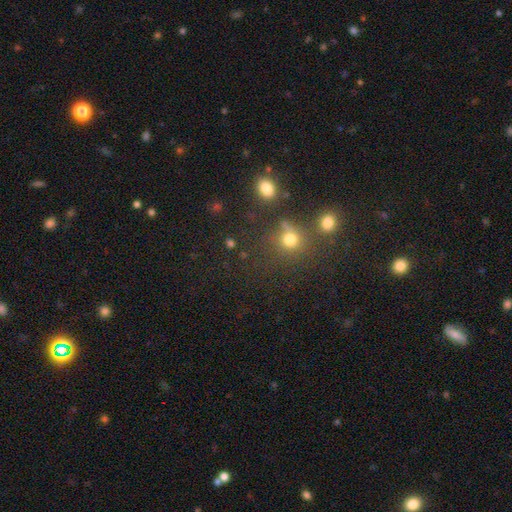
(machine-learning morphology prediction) A smooth galaxy with no disk features (50%) that is round (89%).

Vote fractions:
- Smooth or featured? smooth: 50% / star or artifact: 42% / featured or disk: 8%
- How rounded? round: 89% / in between: 9% / cigar-shaped: 1%
- Merging? none: 73% / merger: 15% / minor disturbance: 8% / major disturbance: 4%